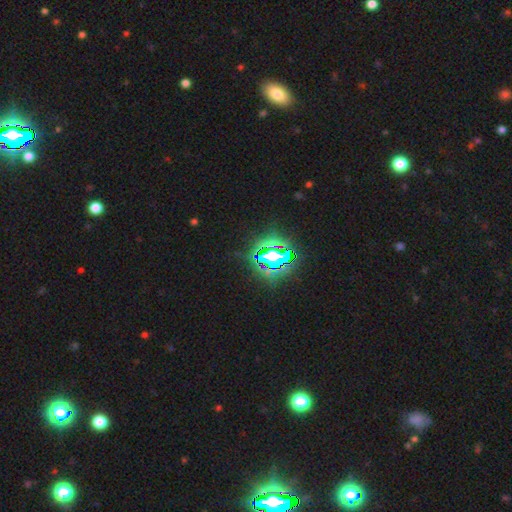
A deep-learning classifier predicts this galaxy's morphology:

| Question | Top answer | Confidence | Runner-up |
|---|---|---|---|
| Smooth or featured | star or artifact | 77% | smooth (13%) |